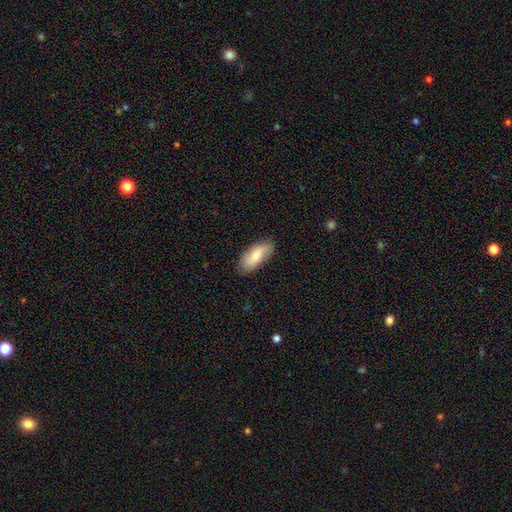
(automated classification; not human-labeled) Smooth or featured? Predicted: smooth (p=0.73). How rounded? Predicted: in between (p=0.88). Merging? Predicted: none (p=0.86).